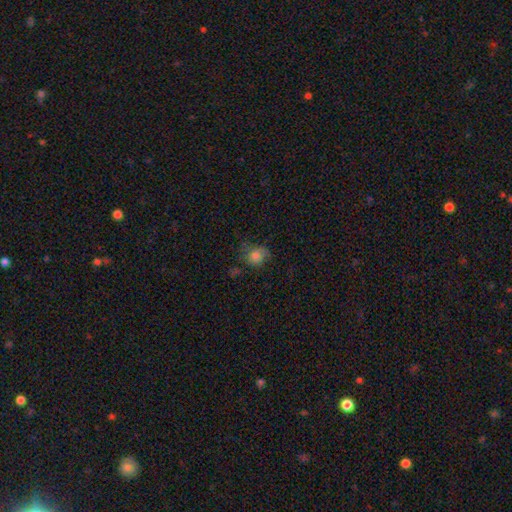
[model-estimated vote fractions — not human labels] A smooth galaxy with no disk features (78%) that is round (65%). Merging: none (55%).